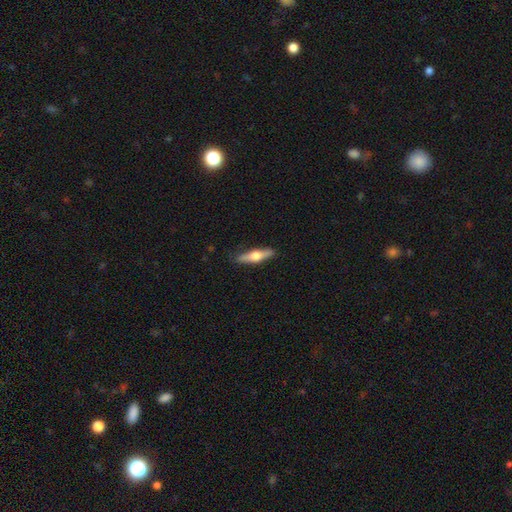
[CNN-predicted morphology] featured or disk 56%, smooth 39%, star or artifact 5%. Down the decision tree: edge-on disk — yes (95%); edge-on bulge — rounded (94%); merging — none (88%).